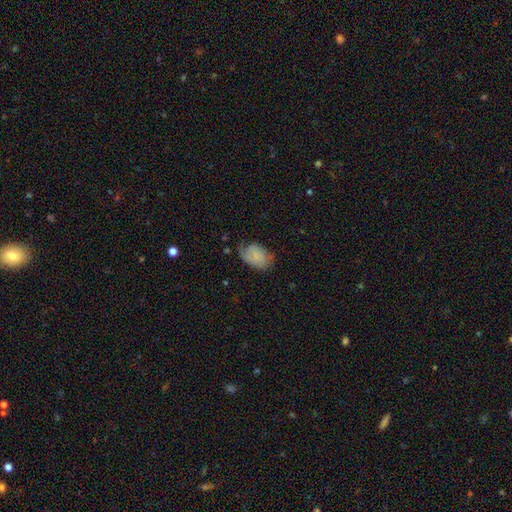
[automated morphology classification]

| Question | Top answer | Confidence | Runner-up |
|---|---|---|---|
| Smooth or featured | smooth | 64% | featured or disk (28%) |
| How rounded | in between | 87% | round (12%) |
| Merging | none | 47% | minor disturbance (34%) |